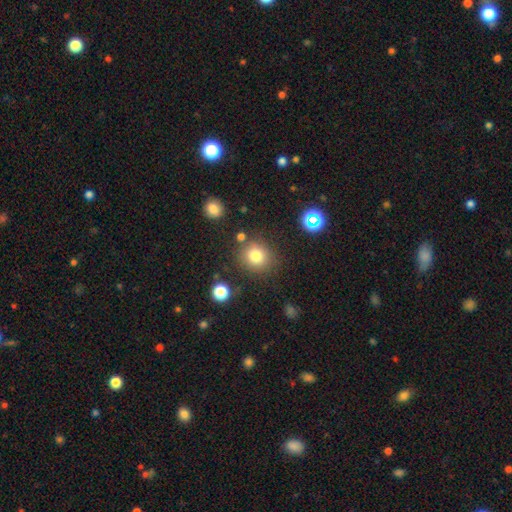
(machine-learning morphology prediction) Smooth or featured? Predicted: smooth (p=0.79). How rounded? Predicted: round (p=0.88). Merging? Predicted: none (p=0.81).